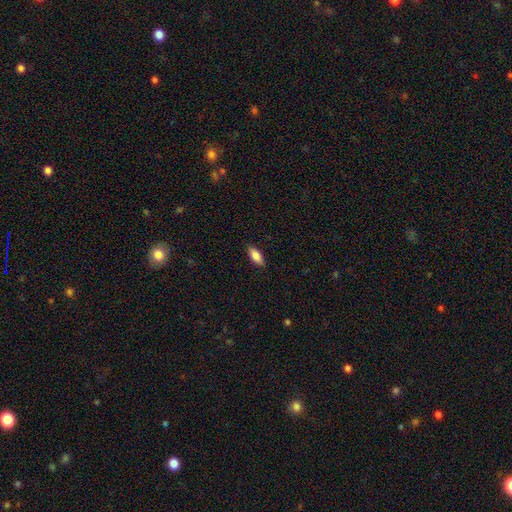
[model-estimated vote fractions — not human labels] Smooth or featured: smooth — 85% (featured or disk — 9%)
How rounded: in between — 84% (cigar-shaped — 14%)
Merging: none — 87% (minor disturbance — 10%)